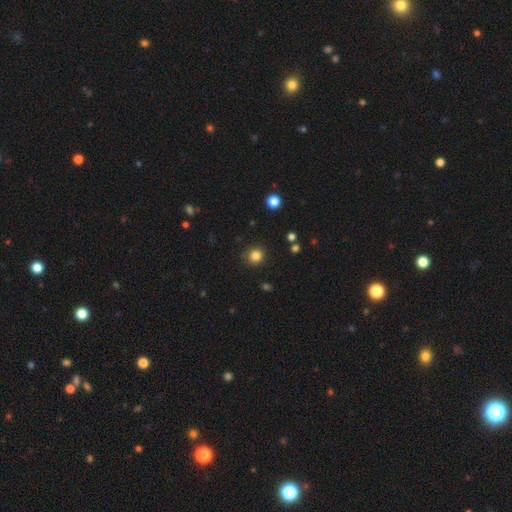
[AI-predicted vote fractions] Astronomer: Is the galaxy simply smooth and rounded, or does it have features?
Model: smooth — 83%.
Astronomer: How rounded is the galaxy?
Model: round — 89%.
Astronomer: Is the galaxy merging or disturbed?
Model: none — 86%.